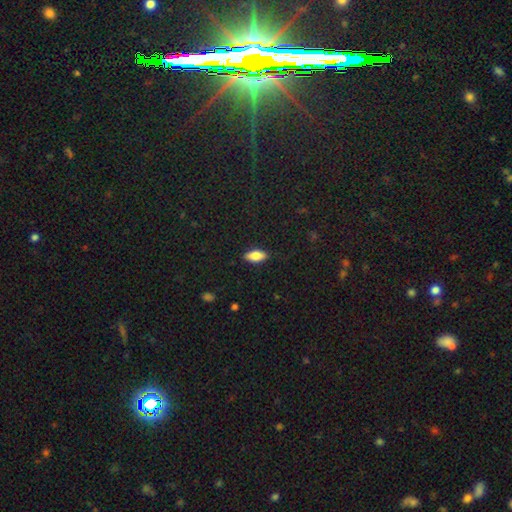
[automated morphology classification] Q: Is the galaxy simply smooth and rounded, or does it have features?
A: smooth — 77%.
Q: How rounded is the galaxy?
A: in between — 86%.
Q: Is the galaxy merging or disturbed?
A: none — 87%.